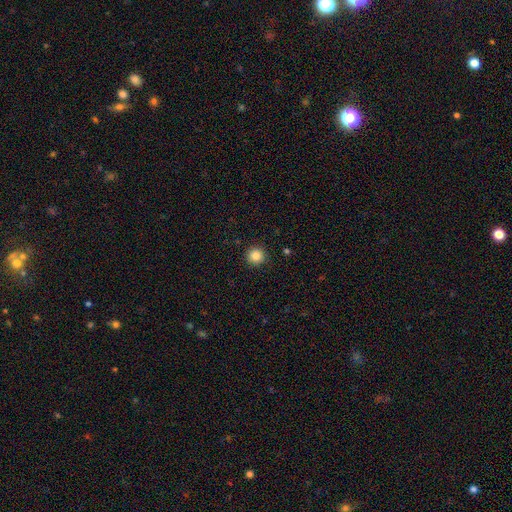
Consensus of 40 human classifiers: Smooth or featured? 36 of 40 (90%) said smooth. How rounded? 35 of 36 (97%) said round. Merging? 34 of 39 (87%) said none.